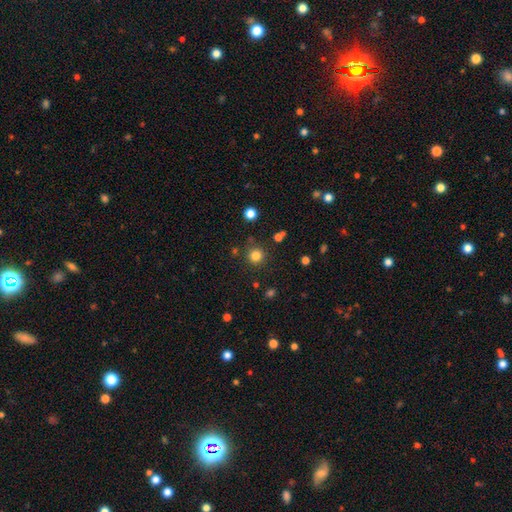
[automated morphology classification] Smooth or featured: smooth — 81% (star or artifact — 14%)
How rounded: round — 94% (in between — 5%)
Merging: none — 86% (minor disturbance — 7%)